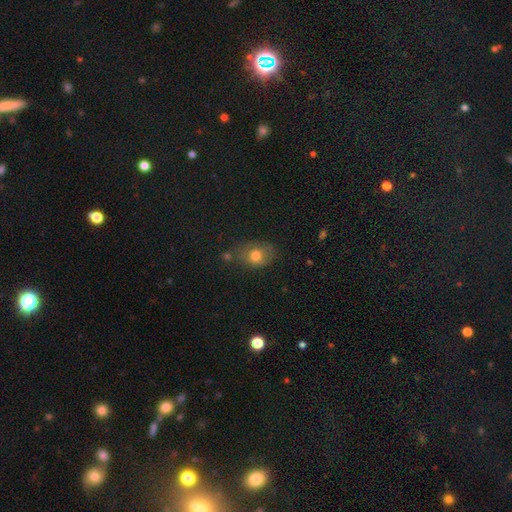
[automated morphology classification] type=smooth (73%); roundness=in between (63%); merging=none (61%).